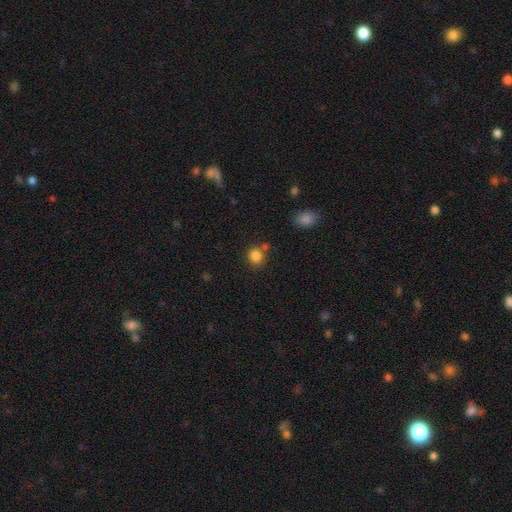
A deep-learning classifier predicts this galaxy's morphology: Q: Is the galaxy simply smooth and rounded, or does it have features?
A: smooth — 84%.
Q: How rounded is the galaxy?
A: round — 82%.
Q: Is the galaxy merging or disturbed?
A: none — 72%.